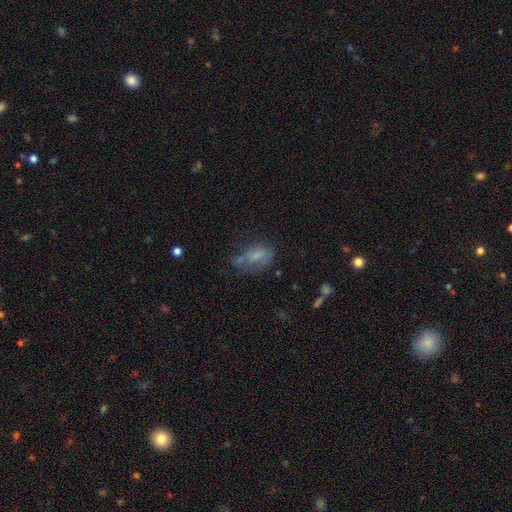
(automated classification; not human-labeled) Q: Smooth or featured?
A: smooth (60%); runner-up: featured or disk (26%)
Q: How rounded?
A: in between (84%); runner-up: round (10%)
Q: Merging?
A: none (37%); runner-up: minor disturbance (28%)